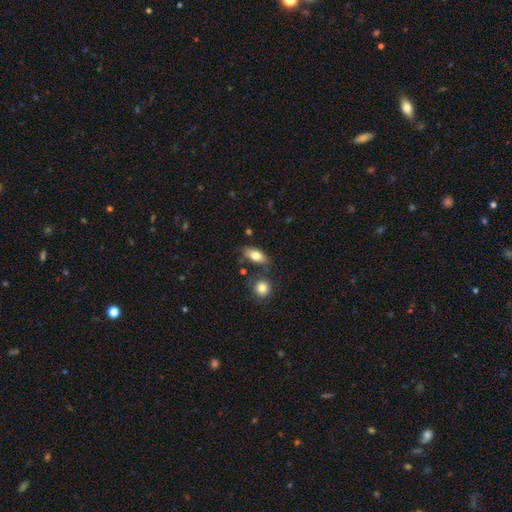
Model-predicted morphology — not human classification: A smooth galaxy with no disk features (79%) that is in between round and cigar-shaped (85%).

Vote fractions:
- Smooth or featured? smooth: 79% / featured or disk: 14% / star or artifact: 7%
- How rounded? in between: 85% / cigar-shaped: 11% / round: 4%
- Merging? none: 72% / minor disturbance: 15% / merger: 8% / major disturbance: 4%